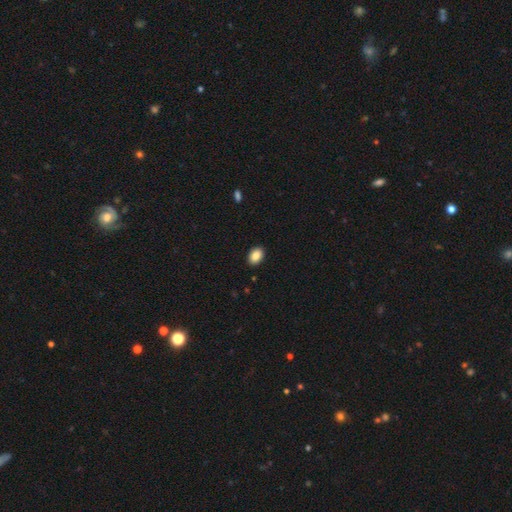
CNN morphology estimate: smooth-or-featured: smooth: 87% | star or artifact: 8% | featured or disk: 5%
  how-rounded: in between: 82% | round: 17% | cigar-shaped: 1%
  merging: none: 91% | minor disturbance: 7% | major disturbance: 2% | merger: 1%